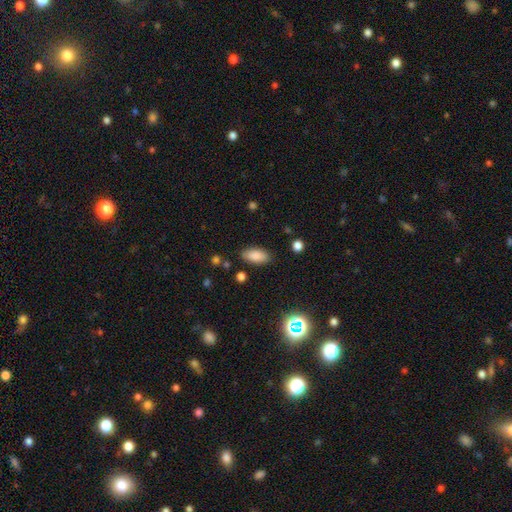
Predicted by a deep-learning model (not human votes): The model was most divided on "merging": none: 85%, minor disturbance: 10%, major disturbance: 3%, merger: 2%. More confident: how rounded — in between (91%); smooth or featured — smooth (86%).